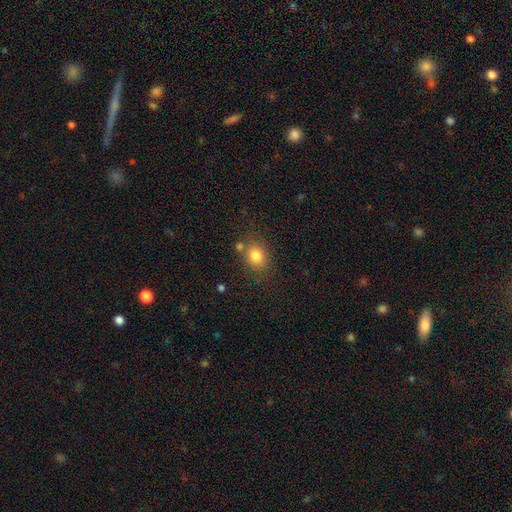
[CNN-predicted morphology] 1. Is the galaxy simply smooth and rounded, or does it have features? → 80% smooth, 11% star or artifact, 8% featured or disk.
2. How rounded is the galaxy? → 58% round, 41% in between, 1% cigar-shaped.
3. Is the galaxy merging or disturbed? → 70% none, 13% minor disturbance, 12% merger, 4% major disturbance.